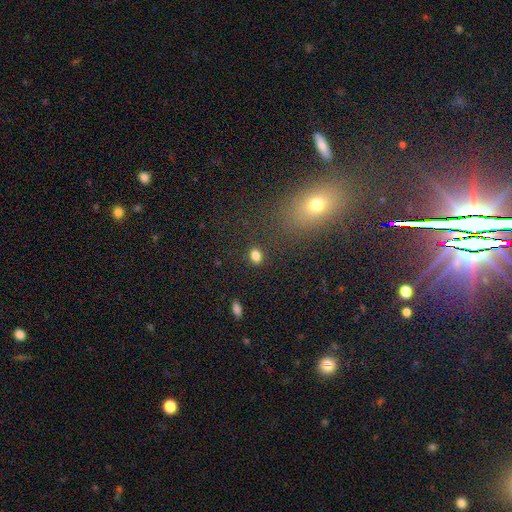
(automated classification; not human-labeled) Smooth or featured?
  - smooth: 82% *
  - star or artifact: 13%
  - featured or disk: 5%
How rounded?
  - in between: 68% *
  - round: 30%
  - cigar-shaped: 2%
Merging?
  - none: 84% *
  - minor disturbance: 10%
  - major disturbance: 3%
  - merger: 3%